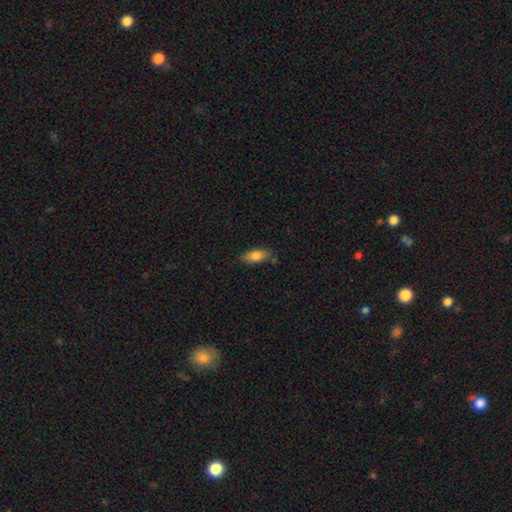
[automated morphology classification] smooth 77%, featured or disk 16%, star or artifact 7%. Down the decision tree: how rounded — in between (77%); merging — none (77%).